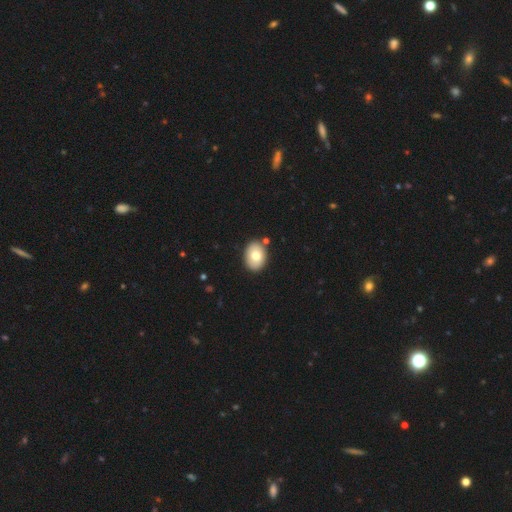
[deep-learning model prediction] A smooth galaxy with no disk features (74%) that is in between round and cigar-shaped (75%).

Vote fractions:
- Smooth or featured? smooth: 74% / featured or disk: 19% / star or artifact: 7%
- How rounded? in between: 75% / round: 24% / cigar-shaped: 1%
- Merging? none: 86% / minor disturbance: 9% / merger: 4% / major disturbance: 2%